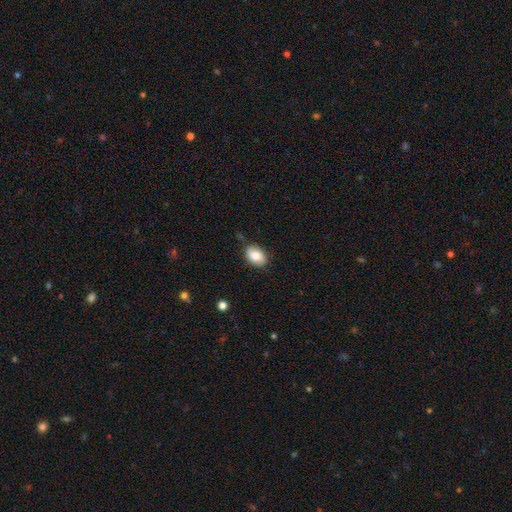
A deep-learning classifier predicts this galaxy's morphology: type=smooth (78%); roundness=in between (80%); merging=none (78%).